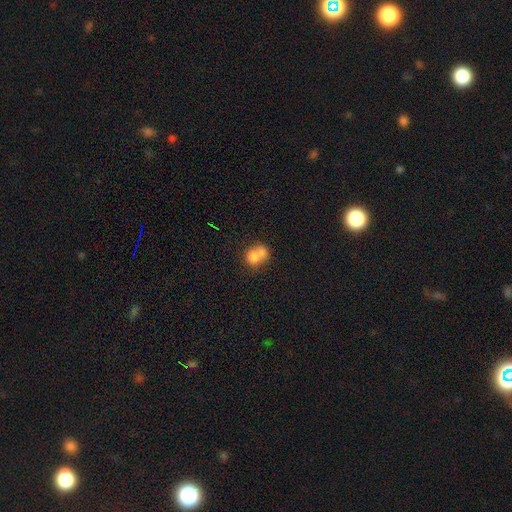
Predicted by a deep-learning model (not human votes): Morphology: type=smooth (73%); roundness=round (55%); merging=merger (51%).